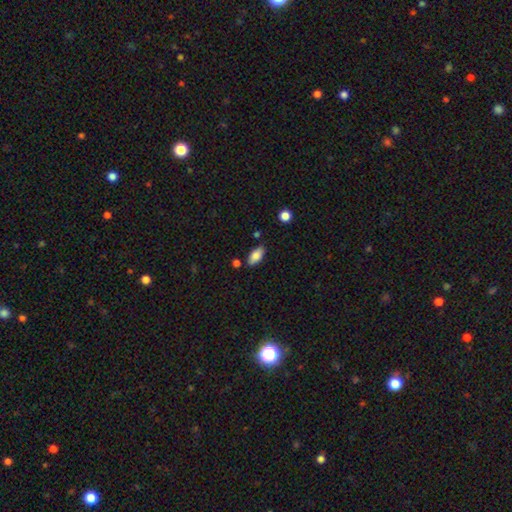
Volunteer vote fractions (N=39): smooth-or-featured: smooth: 82% | featured or disk: 18% | star or artifact: 0%
  how-rounded: in between: 91% | cigar-shaped: 6% | round: 3%
  merging: none: 72% | minor disturbance: 26% | major disturbance: 3% | merger: 0%